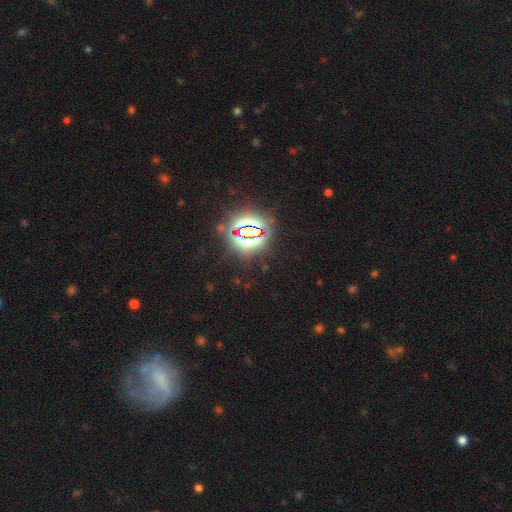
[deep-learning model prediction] smooth-or-featured: star or artifact: 70% | smooth: 17% | featured or disk: 13%